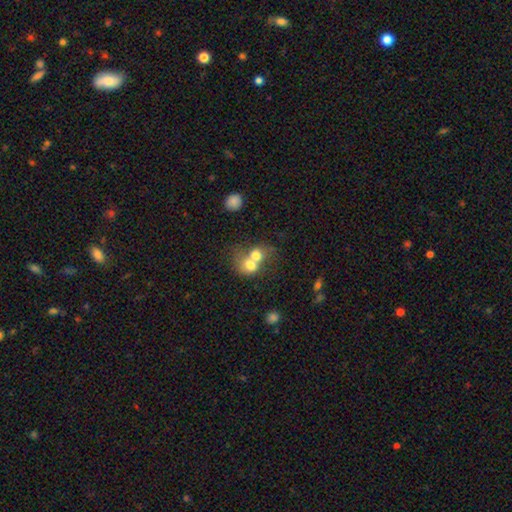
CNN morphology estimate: Smooth or featured: smooth — 70% (featured or disk — 20%)
How rounded: round — 62% (in between — 37%)
Merging: merger — 74% (none — 16%)